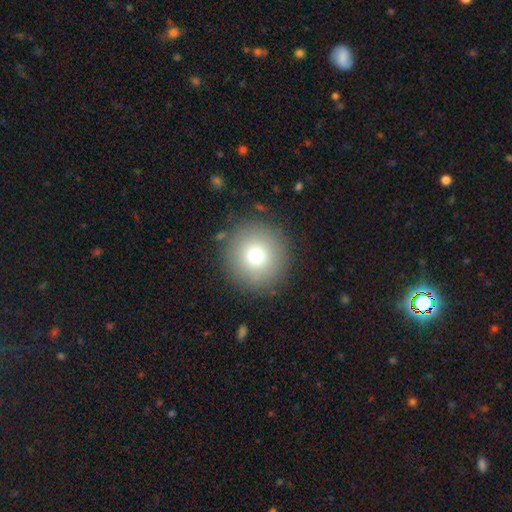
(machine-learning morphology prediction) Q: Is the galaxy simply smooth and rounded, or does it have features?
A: smooth — 74%.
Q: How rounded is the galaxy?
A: round — 96%.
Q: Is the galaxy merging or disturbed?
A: none — 88%.